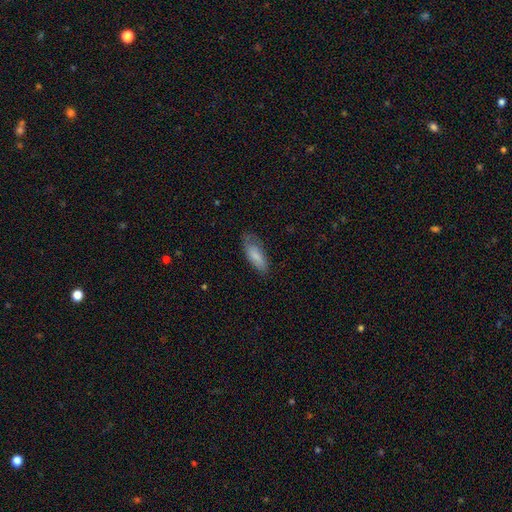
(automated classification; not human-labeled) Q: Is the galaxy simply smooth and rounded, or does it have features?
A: smooth — 79%.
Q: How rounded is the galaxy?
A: in between — 73%.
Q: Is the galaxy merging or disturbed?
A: none — 61%.